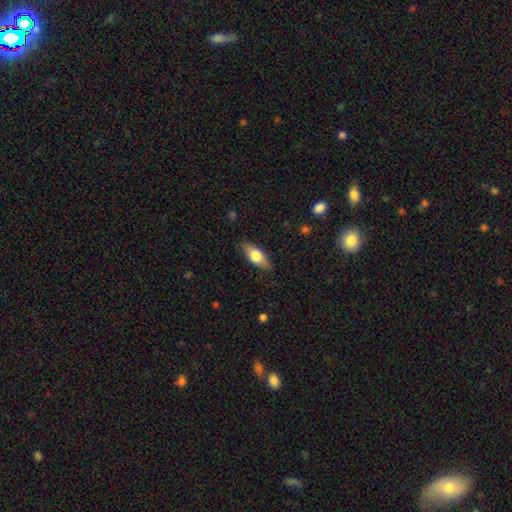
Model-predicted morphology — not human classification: This is likely a smooth galaxy (68%). How rounded: likely in between (77%). Merging: clearly none (84%).